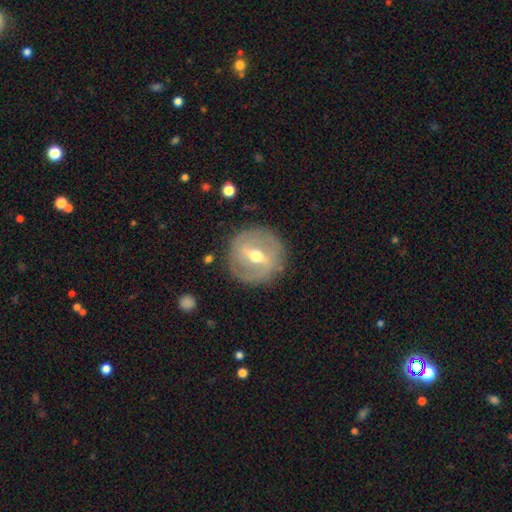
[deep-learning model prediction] smooth-or-featured: featured or disk: 73% | smooth: 21% | star or artifact: 6%
  disk-edge-on: no: 93% | yes: 7%
    bar: weak: 43% (tied) | strong: 43% (tied) | no: 14%
    has-spiral-arms: yes: 65% | no: 35%
    bulge-size: moderate: 74% | small: 20% | large: 5% | dominant: 1% | none: 1%
  merging: none: 84% | minor disturbance: 11% | major disturbance: 4% | merger: 1%